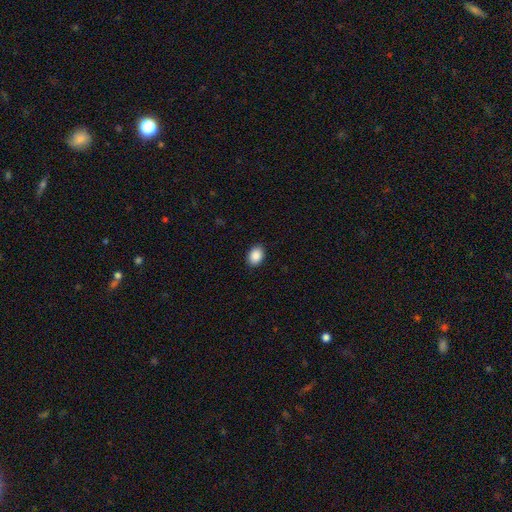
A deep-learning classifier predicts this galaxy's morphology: smooth 89%, star or artifact 8%, featured or disk 3%. Down the decision tree: how rounded — in between (76%); merging — none (89%).